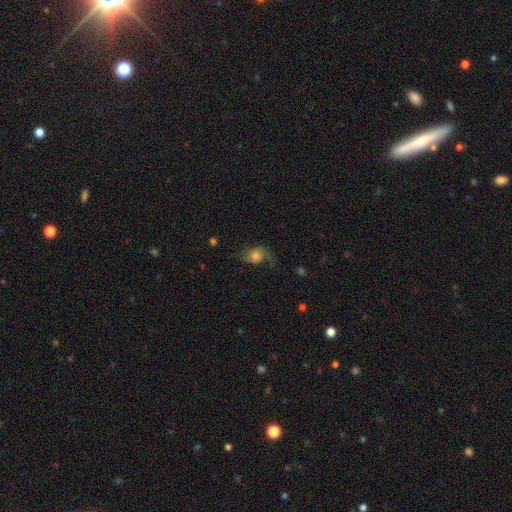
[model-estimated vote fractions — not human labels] Q: Smooth or featured?
A: featured or disk (48%); runner-up: smooth (41%)
Q: Merging?
A: none (52%); runner-up: minor disturbance (24%)